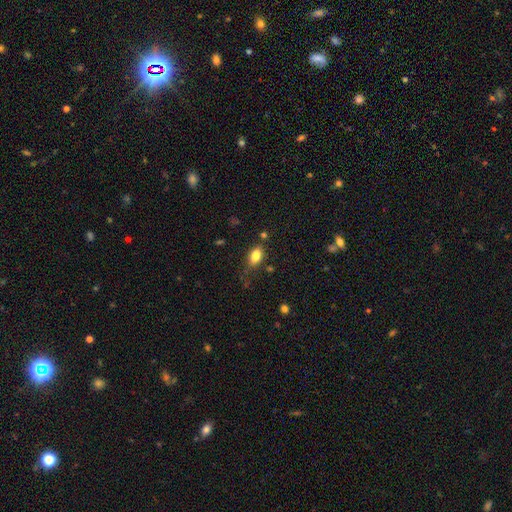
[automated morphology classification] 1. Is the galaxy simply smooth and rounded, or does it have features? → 83% smooth, 9% star or artifact, 8% featured or disk.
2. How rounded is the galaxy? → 88% in between, 9% round, 4% cigar-shaped.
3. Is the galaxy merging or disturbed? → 76% none, 16% minor disturbance, 4% major disturbance, 4% merger.